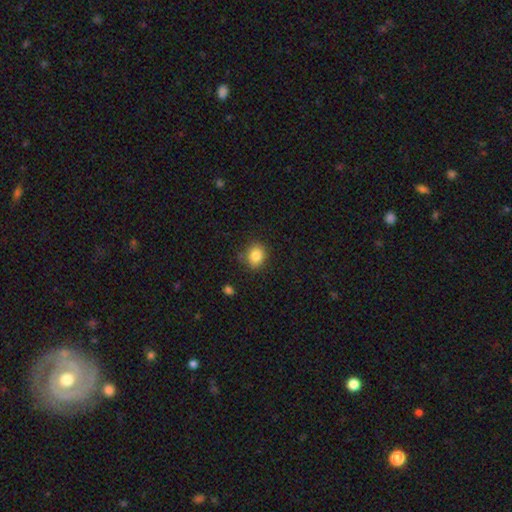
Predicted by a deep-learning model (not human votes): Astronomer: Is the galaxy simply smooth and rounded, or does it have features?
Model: smooth — 84%.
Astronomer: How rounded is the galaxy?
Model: round — 66%.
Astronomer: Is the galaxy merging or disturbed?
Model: none — 82%.